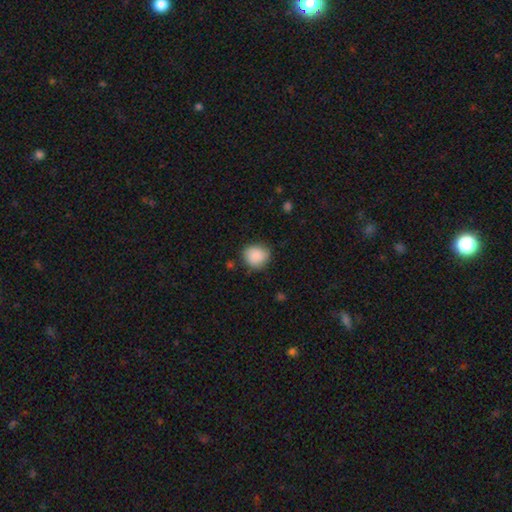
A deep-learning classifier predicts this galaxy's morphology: This appears to be a smooth galaxy with no disk features (88%) that is round (83%). Merging: none (80%).